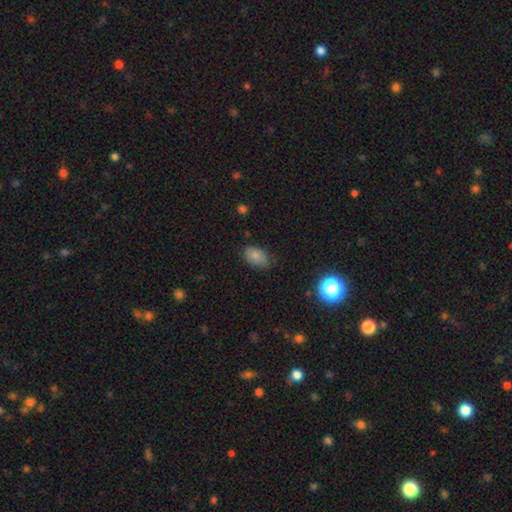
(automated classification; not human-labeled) Overall: smooth (83%). How rounded: in between (89%). Merging: none (74%).